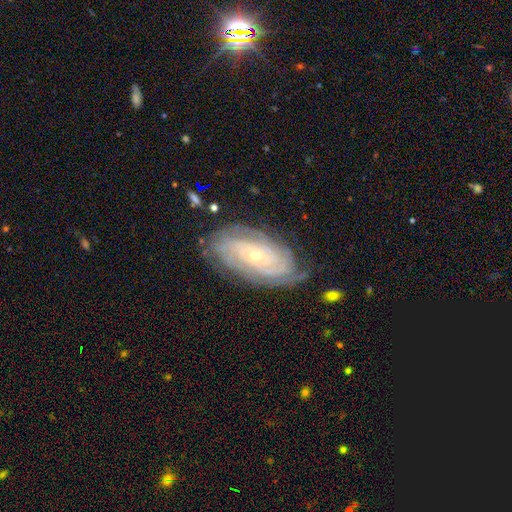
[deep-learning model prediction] Q: Smooth or featured?
A: featured or disk (86%); runner-up: smooth (8%)
Q: Edge-on disk?
A: no (95%); runner-up: yes (5%)
Q: Bar?
A: no (76%); runner-up: weak (18%)
Q: Spiral arms?
A: yes (96%); runner-up: no (4%)
Q: Spiral winding?
A: tight (80%); runner-up: medium (17%)
Q: Spiral arm count?
A: can't tell (32%); runner-up: 4 (20%)
Q: Bulge size?
A: small (74%); runner-up: moderate (23%)
Q: Merging?
A: none (75%); runner-up: minor disturbance (18%)